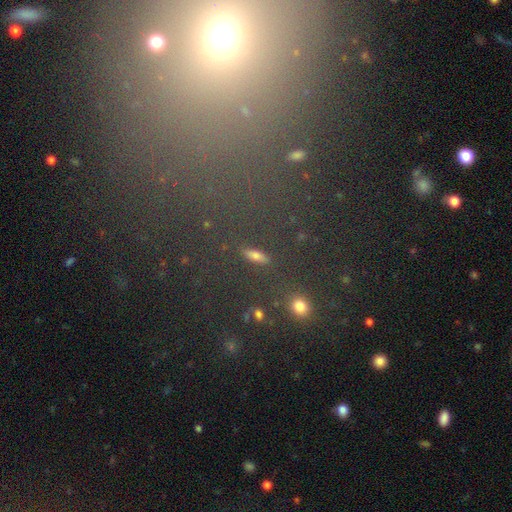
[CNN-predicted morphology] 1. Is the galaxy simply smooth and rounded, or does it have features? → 49% smooth, 35% star or artifact, 16% featured or disk.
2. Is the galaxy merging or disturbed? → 82% none, 9% minor disturbance, 4% major disturbance, 4% merger.